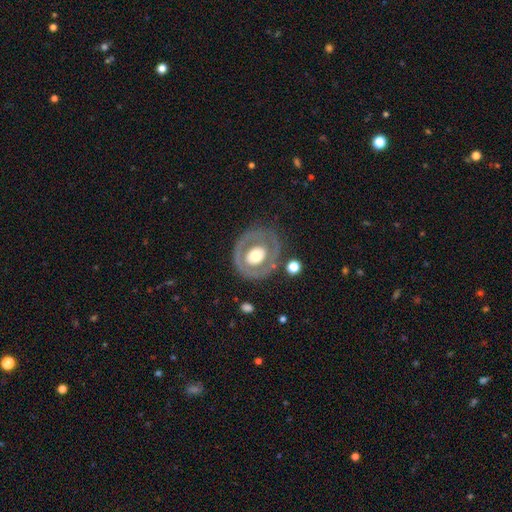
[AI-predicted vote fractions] A featured or disk galaxy (62%) with no bar (82%), no spiral arms (79%) and a moderate central bulge (53%).

Vote fractions:
- Smooth or featured? featured or disk: 62% / smooth: 32% / star or artifact: 5%
- Edge-on disk? no: 95% / yes: 5%
- Bar? no: 82% / weak: 12% / strong: 6%
- Spiral arms? no: 79% / yes: 21%
- Bulge size? moderate: 53% / large: 37% / small: 5% / dominant: 3% / none: 1%
- Merging? none: 71% / minor disturbance: 16% / major disturbance: 10% / merger: 3%